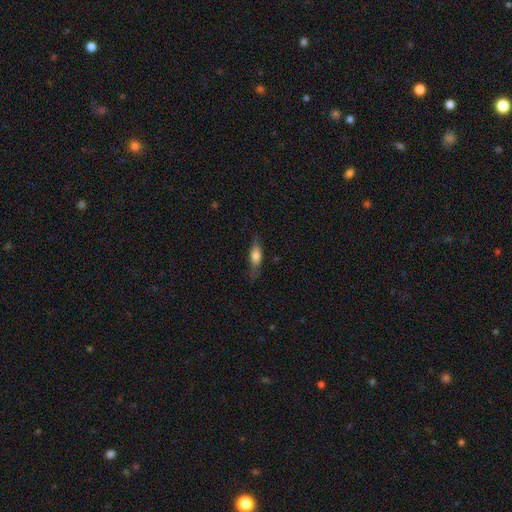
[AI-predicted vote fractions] Smooth or featured? Predicted: smooth (p=0.64). How rounded? Predicted: in between (p=0.50). Merging? Predicted: none (p=0.71).